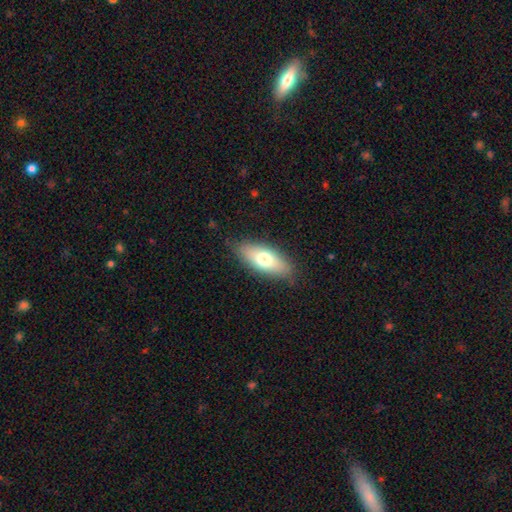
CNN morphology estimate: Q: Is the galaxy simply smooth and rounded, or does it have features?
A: smooth — 64%.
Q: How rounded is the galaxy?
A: in between — 67%.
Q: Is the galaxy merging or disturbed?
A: none — 88%.